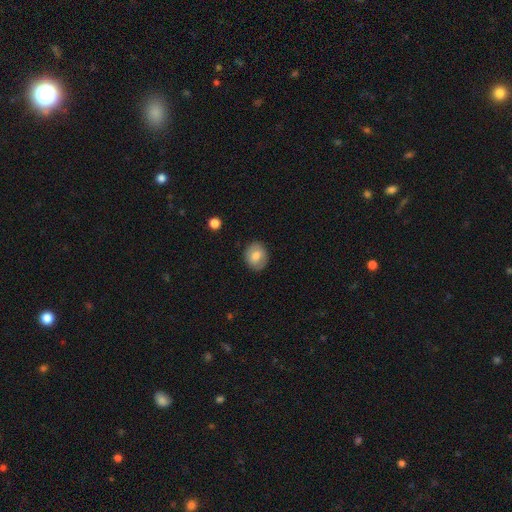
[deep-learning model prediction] Q: Smooth or featured?
A: smooth (74%); runner-up: featured or disk (19%)
Q: How rounded?
A: round (62%); runner-up: in between (37%)
Q: Merging?
A: none (86%); runner-up: minor disturbance (10%)